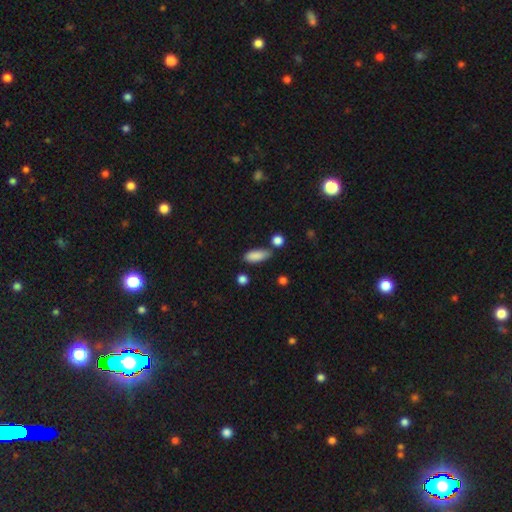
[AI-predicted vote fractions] smooth 87%, star or artifact 7%, featured or disk 6%. Down the decision tree: how rounded — in between (72%); merging — none (71%).